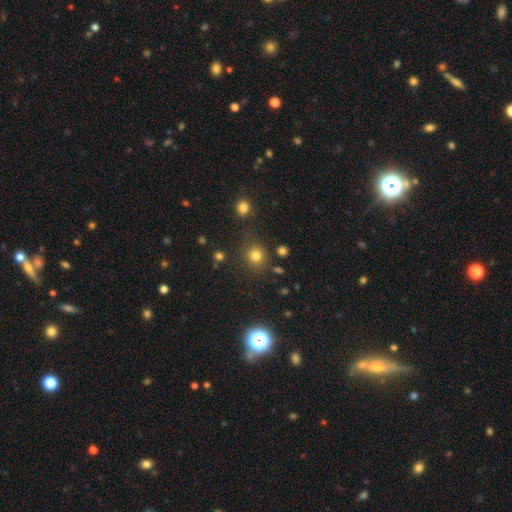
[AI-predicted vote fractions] This is likely a smooth galaxy (78%). How rounded: clearly round (88%). Merging: likely none (80%).